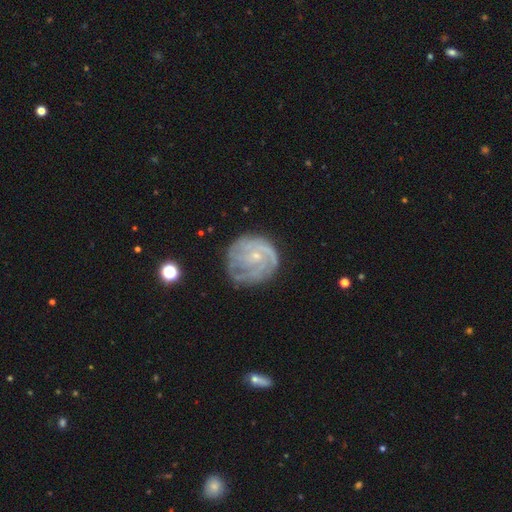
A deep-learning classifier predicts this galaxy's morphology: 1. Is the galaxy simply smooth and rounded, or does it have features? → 78% featured or disk, 15% smooth, 7% star or artifact.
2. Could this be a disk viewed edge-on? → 98% no, 2% yes.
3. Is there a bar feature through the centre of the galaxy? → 74% no, 22% weak, 4% strong.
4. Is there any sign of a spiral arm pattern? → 91% yes, 9% no.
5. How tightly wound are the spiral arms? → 65% tight, 28% medium, 8% loose.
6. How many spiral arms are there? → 36% can't tell, 24% 3, 17% 2, 11% 4, 6% 1, 6% more than 4.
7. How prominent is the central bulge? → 81% small, 13% moderate, 4% none, 1% large, 1% dominant.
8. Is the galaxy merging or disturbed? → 67% none, 21% minor disturbance, 10% major disturbance, 2% merger.